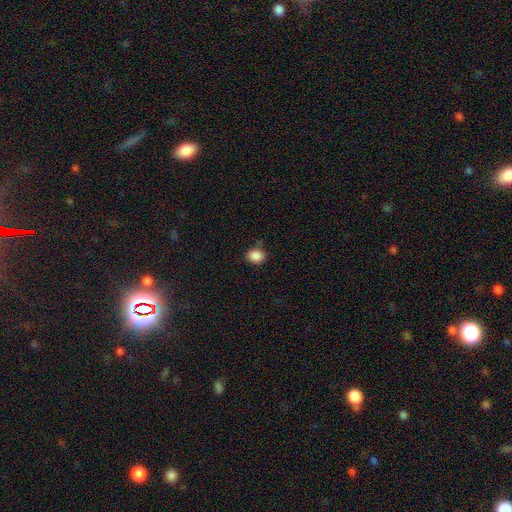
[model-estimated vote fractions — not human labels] smooth-or-featured: smooth: 87% | star or artifact: 9% | featured or disk: 3%
  how-rounded: round: 61% | in between: 38% | cigar-shaped: 1%
  merging: none: 74% | minor disturbance: 19% | major disturbance: 4% | merger: 3%